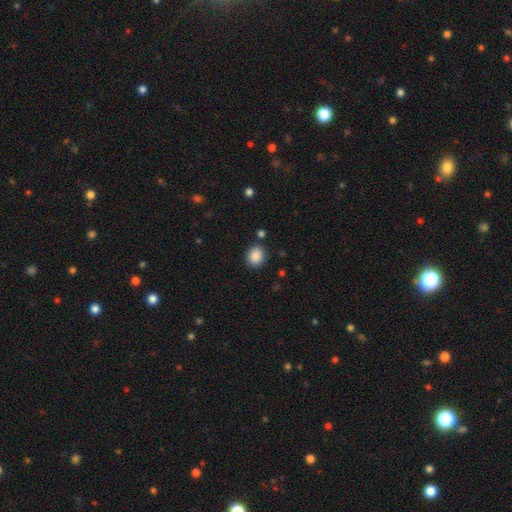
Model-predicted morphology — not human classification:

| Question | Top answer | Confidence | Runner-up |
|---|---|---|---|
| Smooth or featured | smooth | 88% | star or artifact (9%) |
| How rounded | round | 59% | in between (40%) |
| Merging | none | 86% | minor disturbance (9%) |